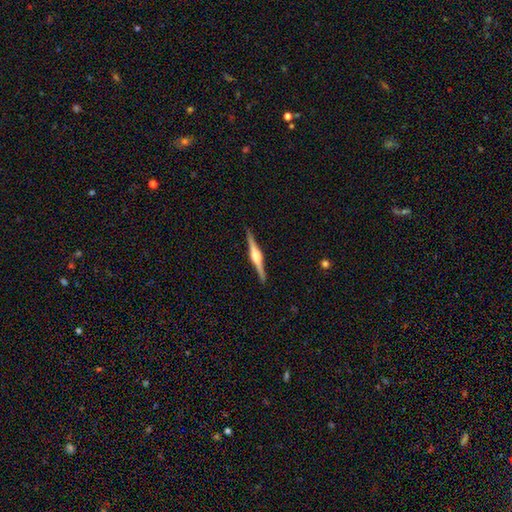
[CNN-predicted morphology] Overall: featured or disk (83%). Edge-on disk: yes (99%). Edge-on bulge: rounded (83%). Merging: none (91%).